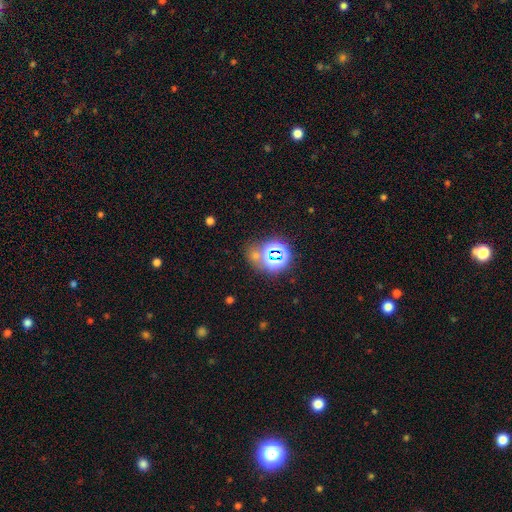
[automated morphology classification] Overall: star or artifact (57%; smooth 33%).